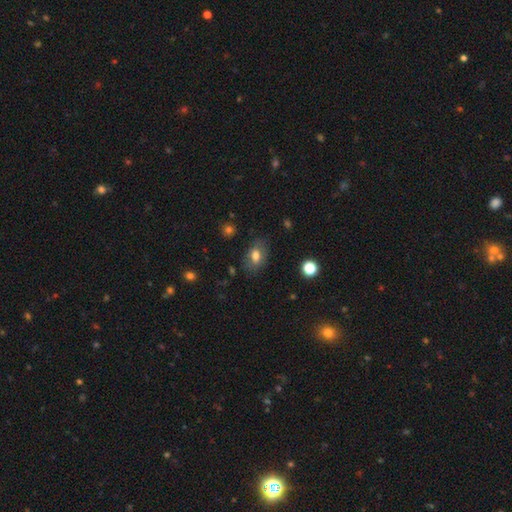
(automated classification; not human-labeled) A smooth galaxy with no disk features (73%) that is in between round and cigar-shaped (84%).

Vote fractions:
- Smooth or featured? smooth: 73% / featured or disk: 18% / star or artifact: 9%
- How rounded? in between: 84% / round: 13% / cigar-shaped: 2%
- Merging? none: 75% / minor disturbance: 17% / major disturbance: 6% / merger: 2%